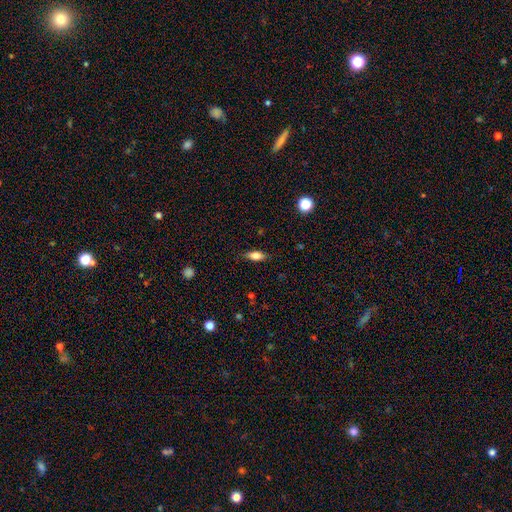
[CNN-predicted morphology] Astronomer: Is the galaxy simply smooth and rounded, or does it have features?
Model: smooth — 76%.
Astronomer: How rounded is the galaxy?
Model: in between — 76%.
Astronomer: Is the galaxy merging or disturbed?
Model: none — 82%.